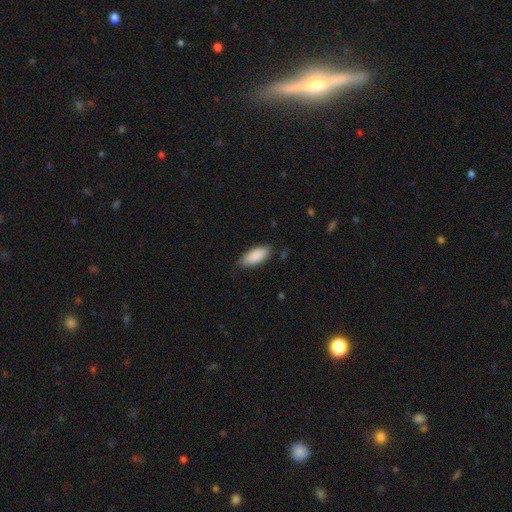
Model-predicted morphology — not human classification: The model was most divided on "merging": none: 80%, minor disturbance: 16%, major disturbance: 3%, merger: 1%. More confident: smooth or featured — smooth (89%); how rounded — in between (84%).